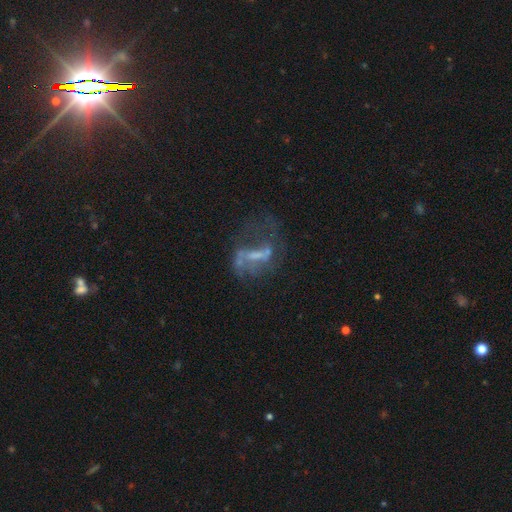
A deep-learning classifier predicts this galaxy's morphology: Smooth or featured? Predicted: featured or disk (p=0.68). Edge-on disk? Predicted: no (p=0.94). Bar? Predicted: weak (p=0.38). Spiral arms? Predicted: yes (p=0.57). Bulge size? Predicted: none (p=0.42). Merging? Predicted: major disturbance (p=0.37, tied with none).